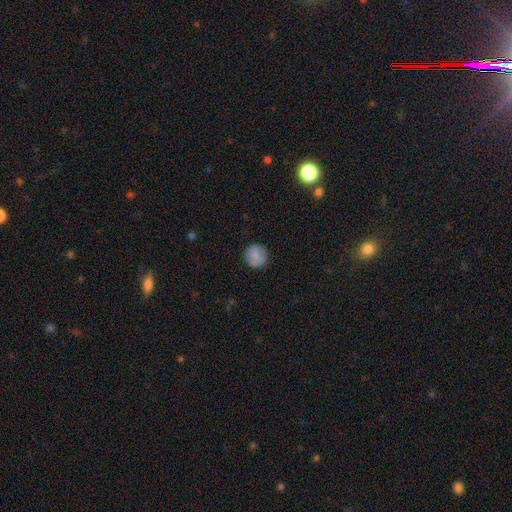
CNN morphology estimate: Smooth or featured? Predicted: smooth (p=0.84). How rounded? Predicted: round (p=0.93). Merging? Predicted: none (p=0.89).